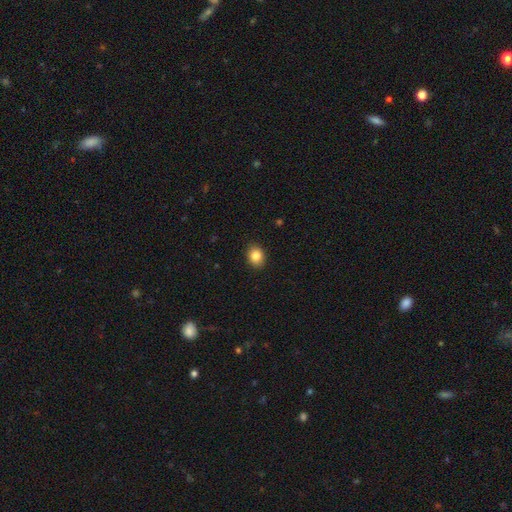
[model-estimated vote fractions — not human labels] Smooth or featured? smooth (86%)
How rounded? in between (53%)
Merging? none (89%)